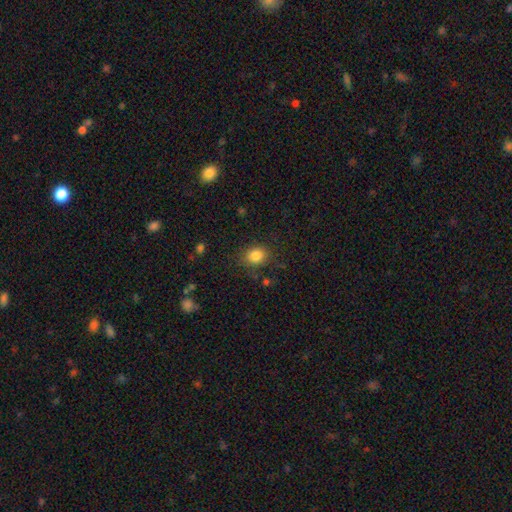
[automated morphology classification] A smooth galaxy with no disk features (84%) that is round (63%).

Vote fractions:
- Smooth or featured? smooth: 84% / star or artifact: 11% / featured or disk: 5%
- How rounded? round: 63% / in between: 36% / cigar-shaped: 1%
- Merging? none: 81% / minor disturbance: 12% / major disturbance: 4% / merger: 2%